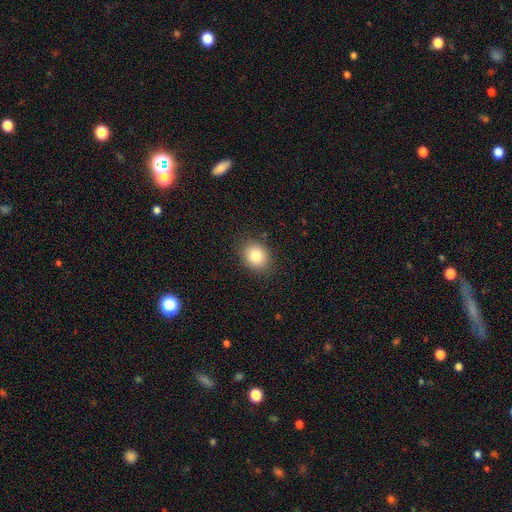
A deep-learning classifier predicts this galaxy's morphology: smooth_or_featured: smooth (p=0.82) [alt: star or artifact p=0.10]
how_rounded: round (p=0.57) [alt: in between p=0.42]
merging: none (p=0.87) [alt: minor disturbance p=0.09]